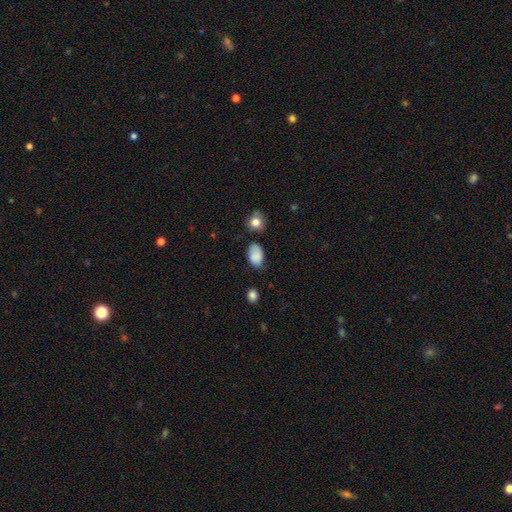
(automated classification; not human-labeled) A smooth galaxy with no disk features (85%) that is in between round and cigar-shaped (88%). Merging: none (61%).